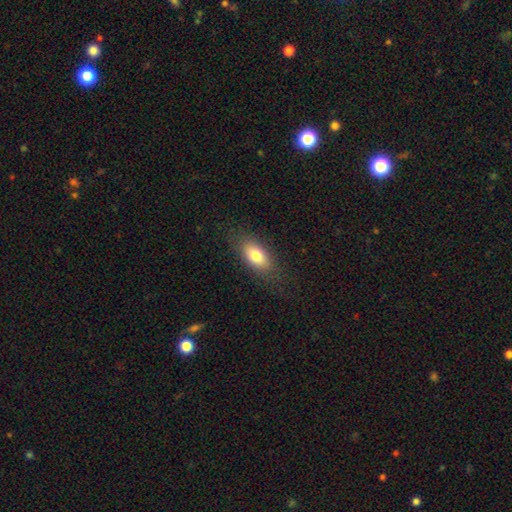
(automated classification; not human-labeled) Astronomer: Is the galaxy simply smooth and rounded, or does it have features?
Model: smooth — 78%.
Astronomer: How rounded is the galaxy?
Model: in between — 86%.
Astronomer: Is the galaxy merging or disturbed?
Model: none — 81%.